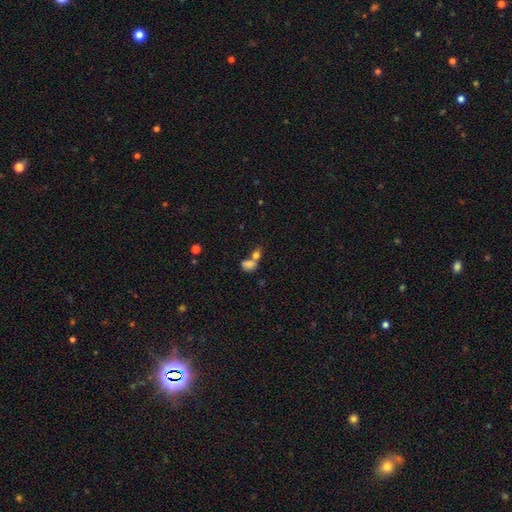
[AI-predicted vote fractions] smooth-or-featured: star or artifact: 45% | smooth: 38% | featured or disk: 17%